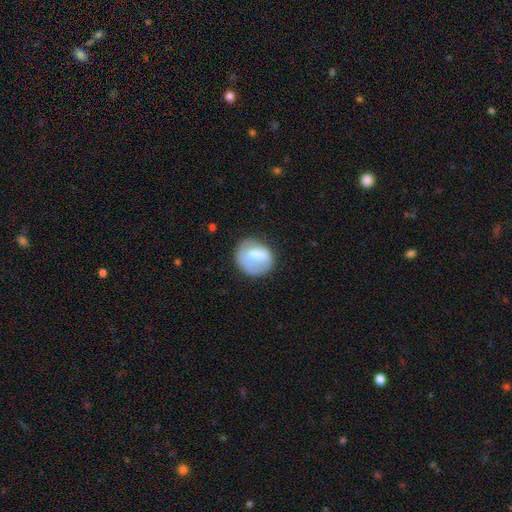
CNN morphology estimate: Smooth or featured? smooth (67%)
How rounded? round (76%)
Merging? none (56%)